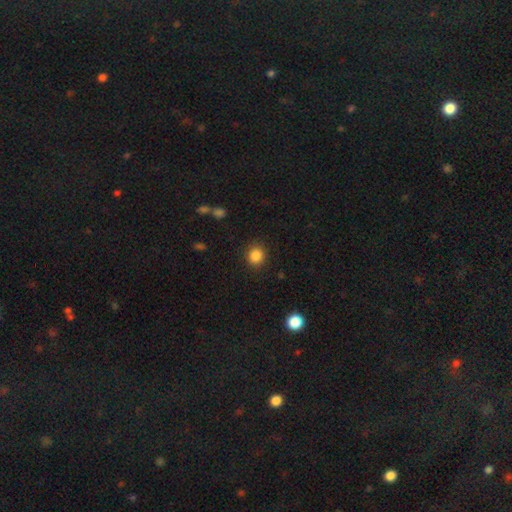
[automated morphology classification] The model was most divided on "how rounded": round: 85%, in between: 14%, cigar-shaped: 1%. More confident: merging — none (89%); smooth or featured — smooth (86%).